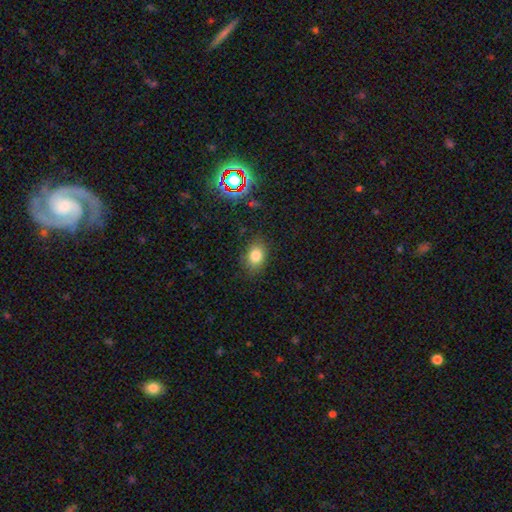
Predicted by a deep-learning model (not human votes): Smooth or featured: smooth — 79% (star or artifact — 13%)
How rounded: in between — 67% (round — 32%)
Merging: none — 81% (minor disturbance — 14%)